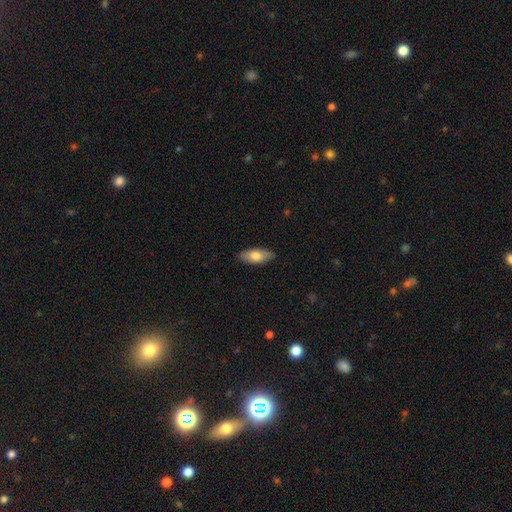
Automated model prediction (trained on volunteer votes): smooth 74%, featured or disk 20%, star or artifact 6%. Down the decision tree: how rounded — in between (86%); merging — none (86%).